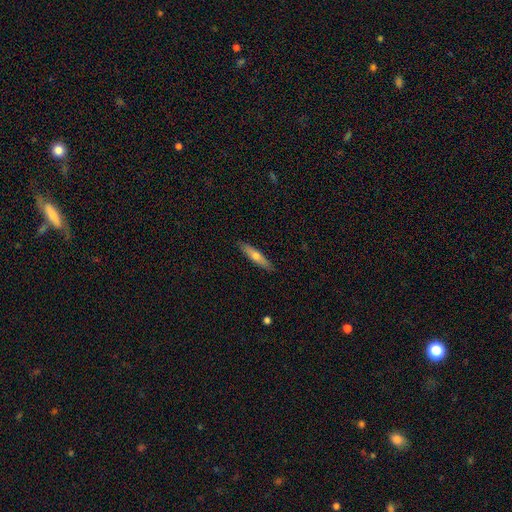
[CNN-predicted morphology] smooth 52%, featured or disk 42%, star or artifact 6%. Down the decision tree: how rounded — cigar-shaped (87%); merging — none (90%).